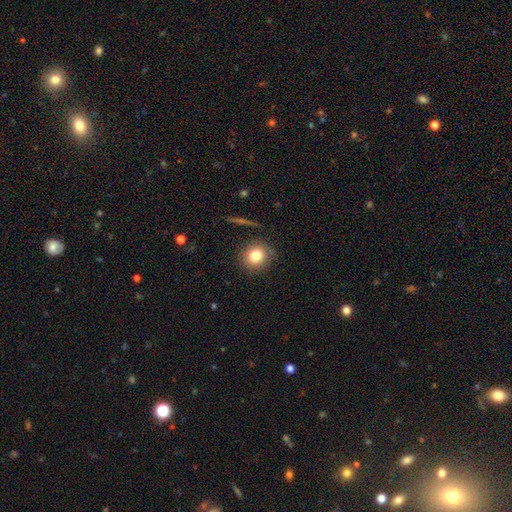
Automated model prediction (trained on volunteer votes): smooth 80%, star or artifact 11%, featured or disk 9%. Down the decision tree: how rounded — round (87%); merging — none (87%).